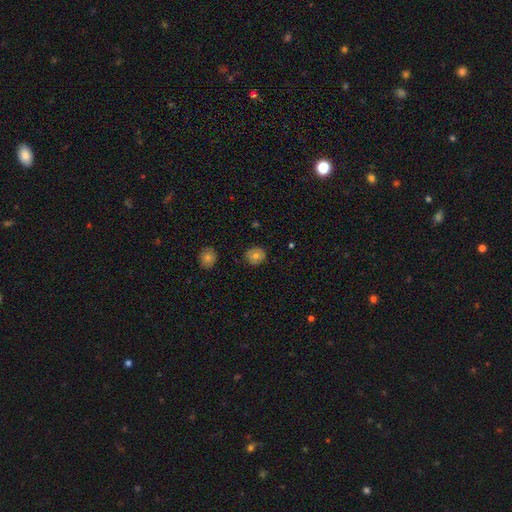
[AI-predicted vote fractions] Q: Smooth or featured?
A: smooth (69%); runner-up: featured or disk (21%)
Q: How rounded?
A: round (82%); runner-up: in between (17%)
Q: Merging?
A: none (85%); runner-up: minor disturbance (11%)